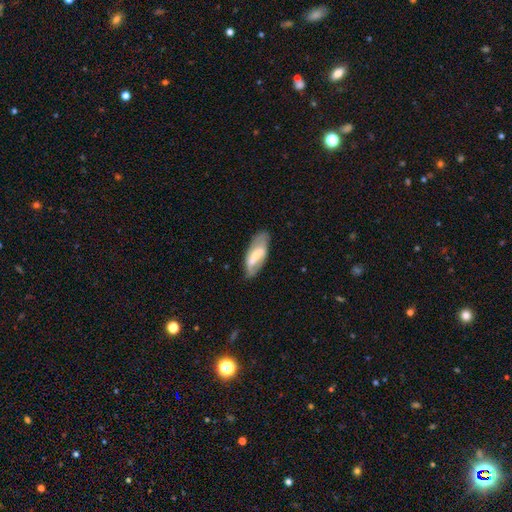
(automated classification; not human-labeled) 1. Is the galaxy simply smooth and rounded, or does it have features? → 54% featured or disk, 40% smooth, 6% star or artifact.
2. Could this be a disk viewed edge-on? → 84% no, 16% yes.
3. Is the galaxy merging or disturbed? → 68% none, 22% minor disturbance, 8% major disturbance, 2% merger.